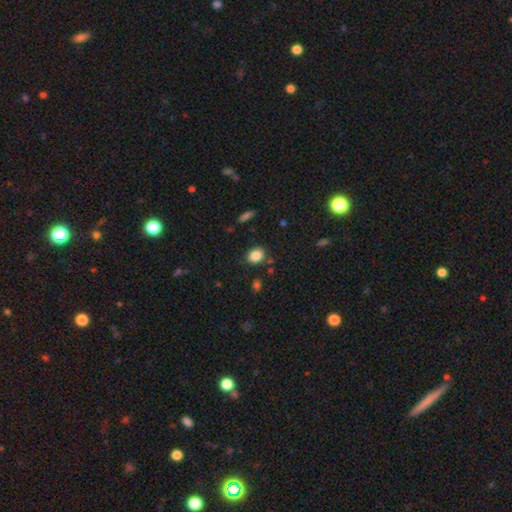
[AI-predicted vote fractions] The model was most divided on "how rounded": in between: 56%, round: 43%, cigar-shaped: 1%. More confident: smooth or featured — smooth (85%); merging — none (82%).